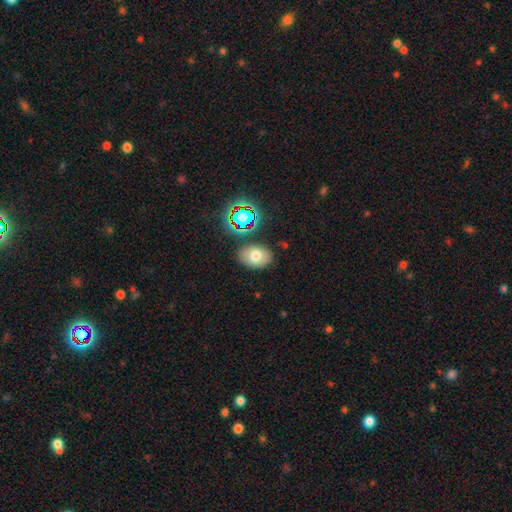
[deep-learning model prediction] Morphology: type=smooth (70%); roundness=in between (81%); merging=none (81%).